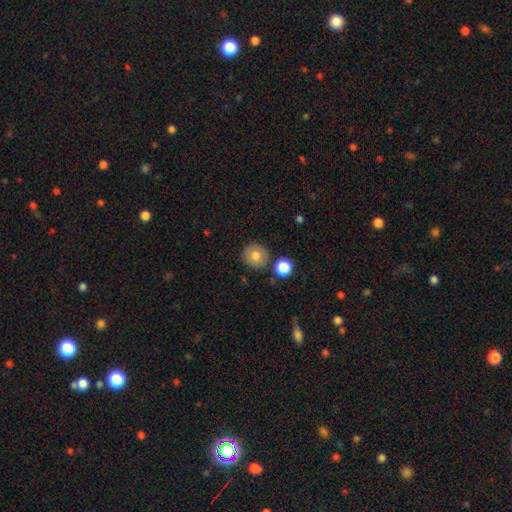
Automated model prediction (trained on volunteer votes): smooth-or-featured: smooth: 79% | featured or disk: 12% | star or artifact: 9%
  how-rounded: round: 92% | in between: 7% | cigar-shaped: 1%
  merging: none: 84% | minor disturbance: 8% | merger: 6% | major disturbance: 2%